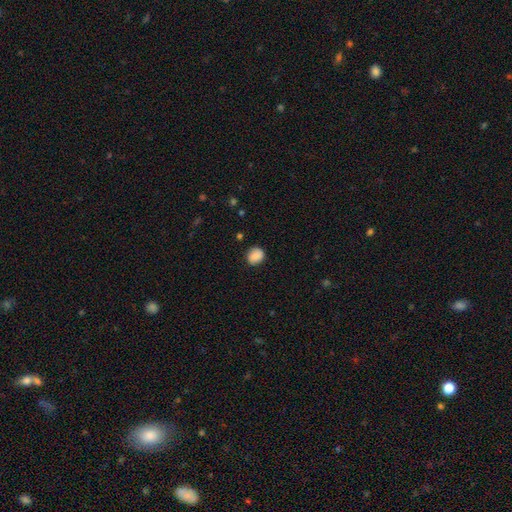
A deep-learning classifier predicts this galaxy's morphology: Smooth or featured? smooth (86%)
How rounded? round (69%)
Merging? none (82%)